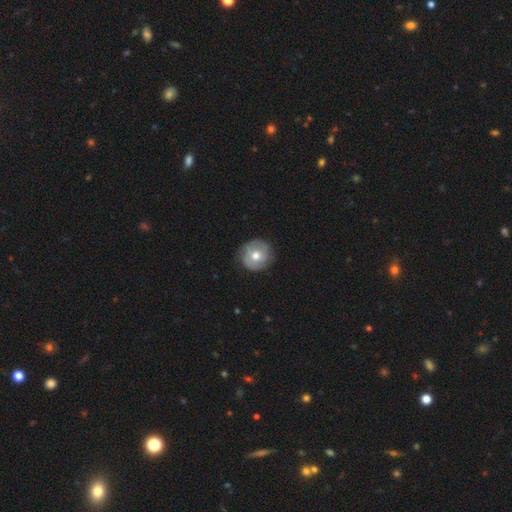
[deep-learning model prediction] A smooth galaxy with no disk features (56%) that is round (91%).

Vote fractions:
- Smooth or featured? smooth: 56% / featured or disk: 37% / star or artifact: 7%
- How rounded? round: 91% / in between: 8% / cigar-shaped: 1%
- Merging? none: 82% / minor disturbance: 13% / major disturbance: 3% / merger: 1%